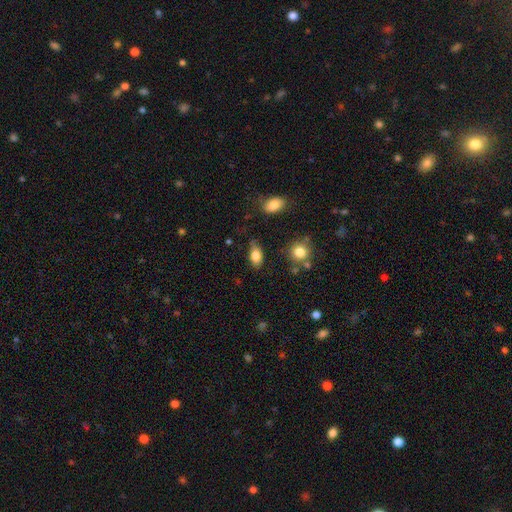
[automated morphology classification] smooth-or-featured: smooth: 82% | featured or disk: 10% | star or artifact: 8%
  how-rounded: in between: 88% | round: 8% | cigar-shaped: 4%
  merging: none: 71% | minor disturbance: 20% | major disturbance: 5% | merger: 3%